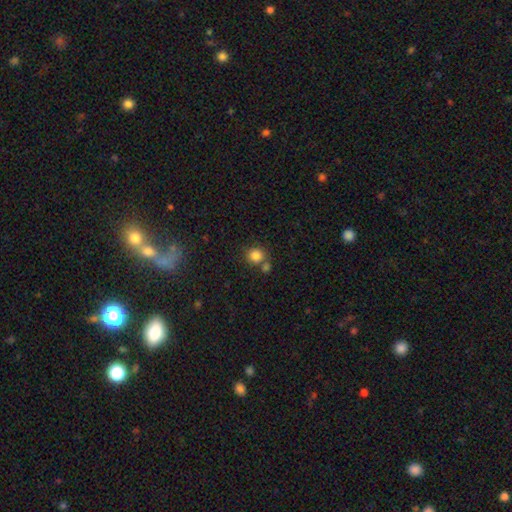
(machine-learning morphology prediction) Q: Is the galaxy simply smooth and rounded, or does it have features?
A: smooth — 83%.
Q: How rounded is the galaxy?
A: round — 86%.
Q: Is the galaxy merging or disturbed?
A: none — 64%.